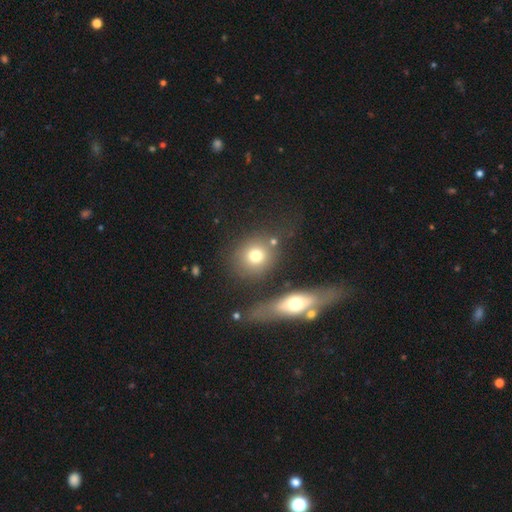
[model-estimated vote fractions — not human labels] The model was most divided on "merging": none: 62%, merger: 18%, minor disturbance: 12%, major disturbance: 8%. More confident: how rounded — round (78%); smooth or featured — smooth (73%).